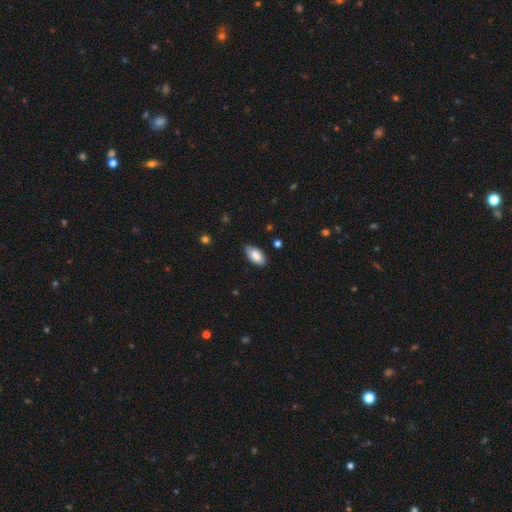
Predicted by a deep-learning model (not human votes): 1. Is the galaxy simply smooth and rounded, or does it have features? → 79% smooth, 14% featured or disk, 6% star or artifact.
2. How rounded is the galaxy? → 94% in between, 4% cigar-shaped, 2% round.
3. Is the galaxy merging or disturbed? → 79% none, 17% minor disturbance, 3% major disturbance, 1% merger.